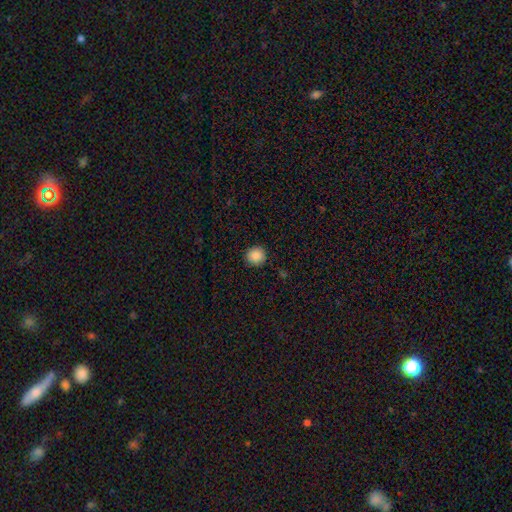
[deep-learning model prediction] Q: Smooth or featured?
A: smooth (88%); runner-up: star or artifact (9%)
Q: How rounded?
A: round (93%); runner-up: in between (6%)
Q: Merging?
A: none (90%); runner-up: minor disturbance (7%)